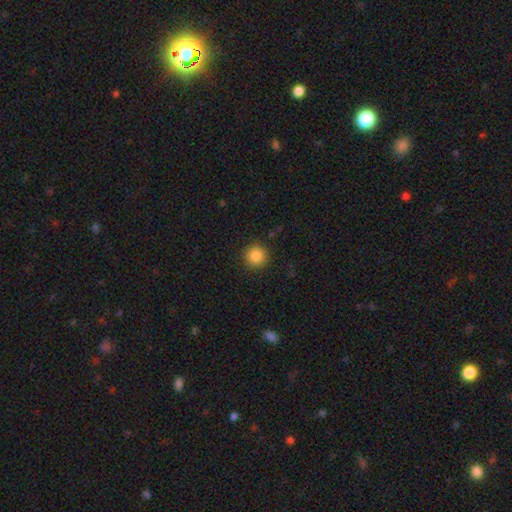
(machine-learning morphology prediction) A smooth galaxy with no disk features (86%) that is round (94%). Merging: none (91%).